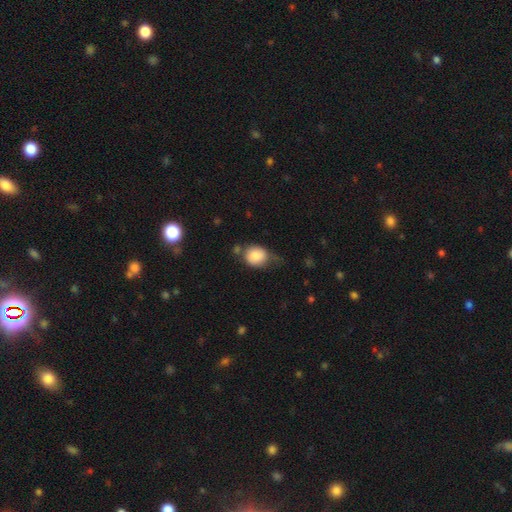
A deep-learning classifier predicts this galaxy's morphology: Q: Smooth or featured?
A: smooth (83%); runner-up: featured or disk (9%)
Q: How rounded?
A: round (71%); runner-up: in between (28%)
Q: Merging?
A: none (40%); runner-up: minor disturbance (36%)